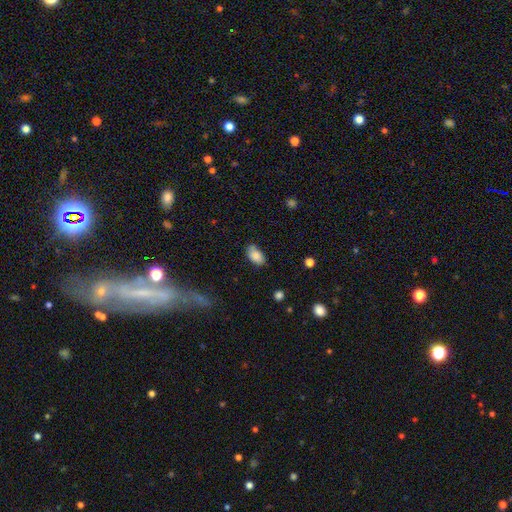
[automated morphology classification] smooth_or_featured: smooth (p=0.84) [alt: featured or disk p=0.08]
how_rounded: in between (p=0.92) [alt: round p=0.06]
merging: none (p=0.73) [alt: minor disturbance p=0.21]